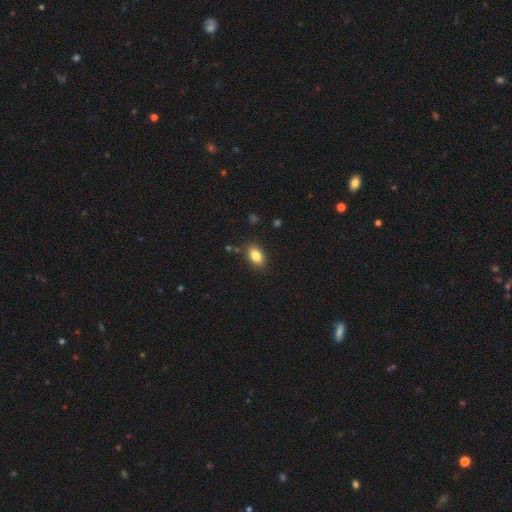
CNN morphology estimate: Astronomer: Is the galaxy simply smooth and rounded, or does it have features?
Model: smooth — 83%.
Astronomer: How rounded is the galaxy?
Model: in between — 88%.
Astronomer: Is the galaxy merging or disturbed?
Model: none — 85%.